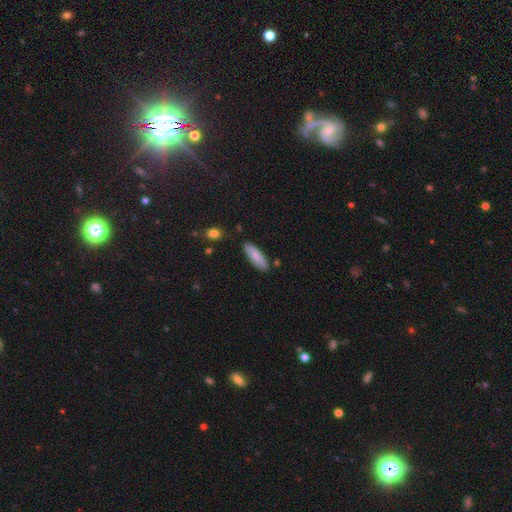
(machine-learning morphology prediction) Q: Smooth or featured?
A: smooth (82%); runner-up: featured or disk (12%)
Q: How rounded?
A: in between (53%); runner-up: cigar-shaped (45%)
Q: Merging?
A: none (84%); runner-up: minor disturbance (11%)